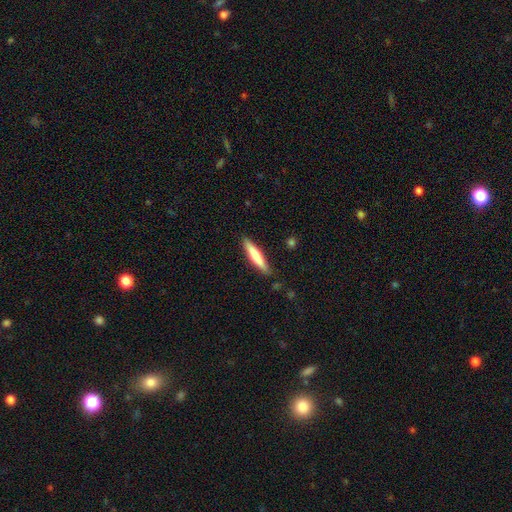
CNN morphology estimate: The model was most divided on "smooth or featured": smooth: 63%, featured or disk: 32%, star or artifact: 5%. More confident: how rounded — cigar-shaped (88%); merging — none (88%).